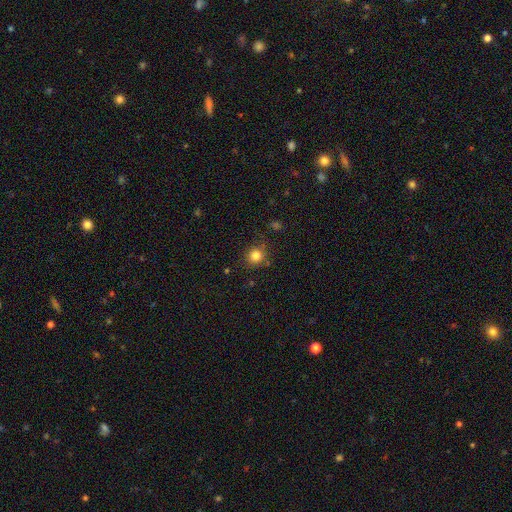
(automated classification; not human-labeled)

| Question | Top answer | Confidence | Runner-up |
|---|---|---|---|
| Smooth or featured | smooth | 82% | star or artifact (13%) |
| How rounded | round | 87% | in between (12%) |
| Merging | none | 79% | minor disturbance (14%) |